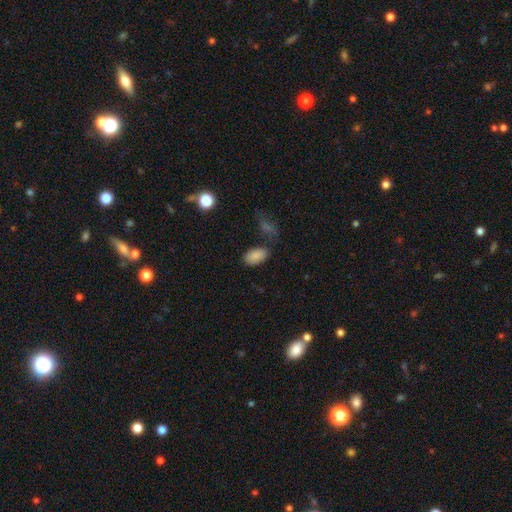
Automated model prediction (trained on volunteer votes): Q: Smooth or featured?
A: smooth (84%); runner-up: star or artifact (9%)
Q: How rounded?
A: in between (93%); runner-up: round (5%)
Q: Merging?
A: none (74%); runner-up: minor disturbance (15%)